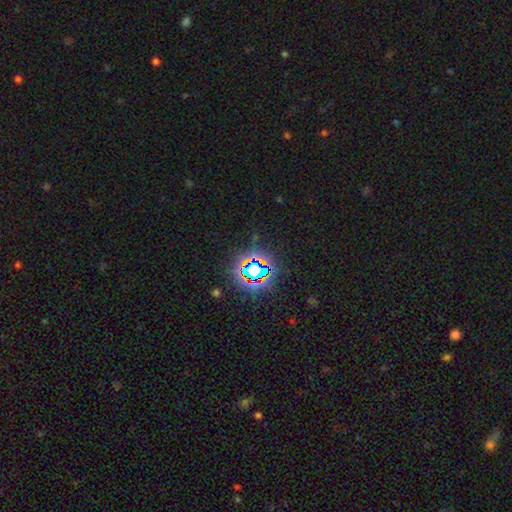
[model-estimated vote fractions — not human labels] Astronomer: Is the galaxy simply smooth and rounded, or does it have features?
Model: star or artifact — 77%.